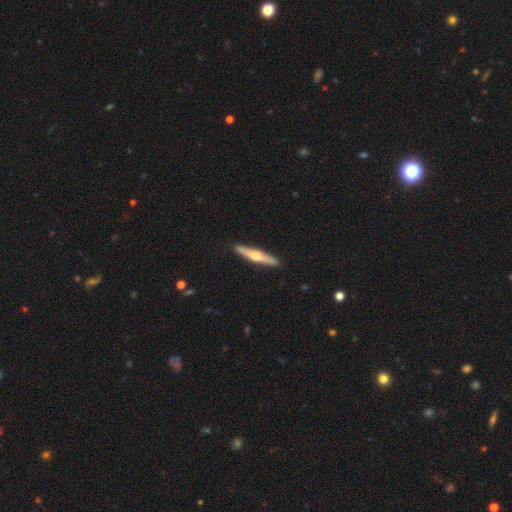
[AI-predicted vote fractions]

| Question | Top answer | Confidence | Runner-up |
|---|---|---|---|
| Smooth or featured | featured or disk | 64% | smooth (31%) |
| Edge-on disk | yes | 97% | no (3%) |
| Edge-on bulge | rounded | 89% | none (6%) |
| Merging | none | 92% | minor disturbance (6%) |